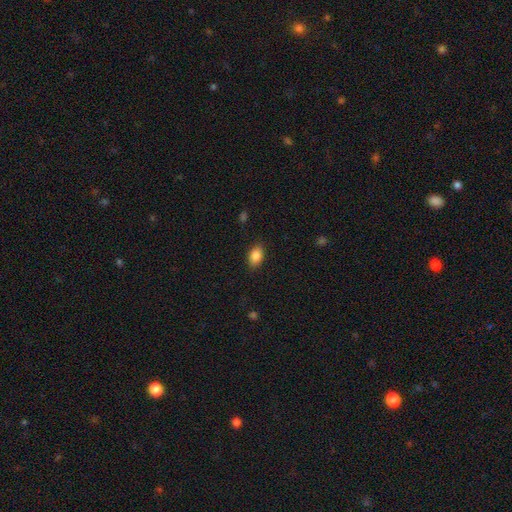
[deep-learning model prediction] Smooth or featured: smooth — 86% (star or artifact — 8%)
How rounded: in between — 87% (round — 11%)
Merging: none — 87% (minor disturbance — 10%)